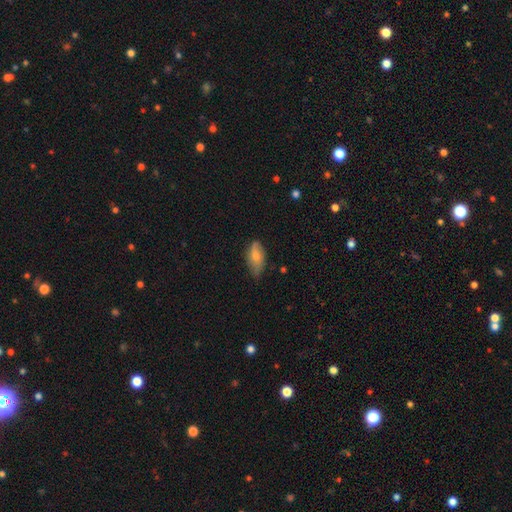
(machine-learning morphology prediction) Smooth or featured? Predicted: smooth (p=0.59). How rounded? Predicted: in between (p=0.87). Merging? Predicted: none (p=0.65).